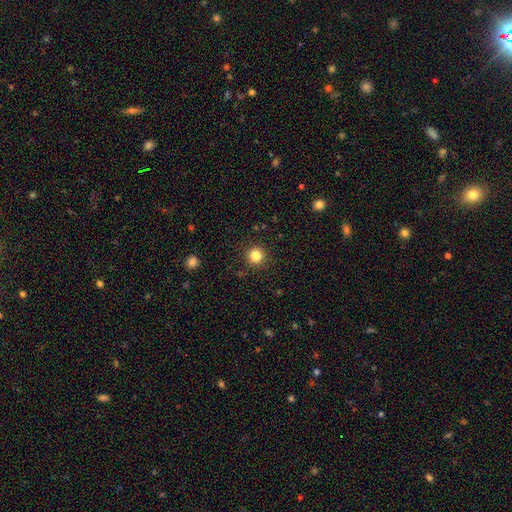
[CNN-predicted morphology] This is clearly a smooth galaxy (83%). How rounded: clearly round (95%). Merging: clearly none (92%).